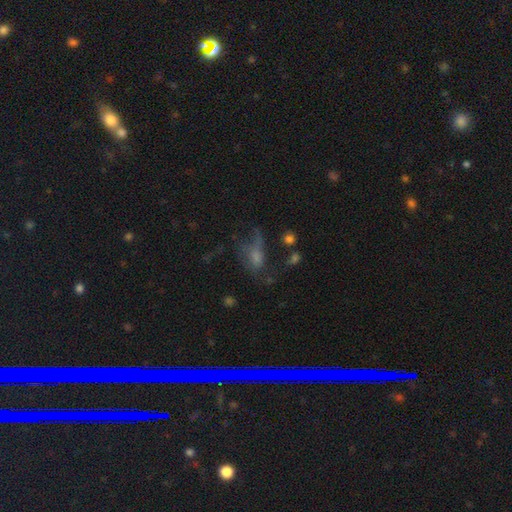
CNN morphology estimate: A smooth galaxy with no disk features (50%) that is in between round and cigar-shaped (79%).

Vote fractions:
- Smooth or featured? smooth: 50% / featured or disk: 33% / star or artifact: 17%
- How rounded? in between: 79% / round: 15% / cigar-shaped: 6%
- Merging? major disturbance: 48% / none: 26% / minor disturbance: 19% / merger: 7%